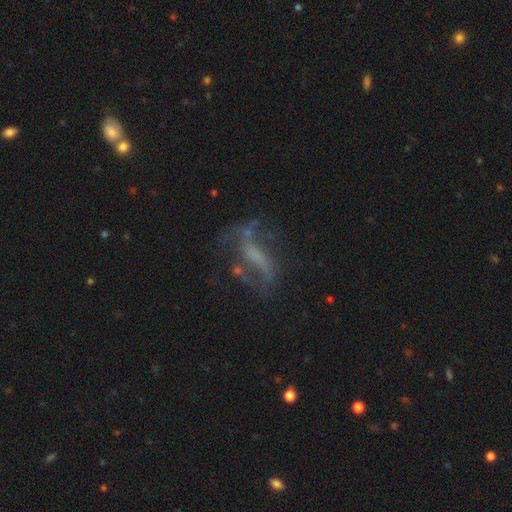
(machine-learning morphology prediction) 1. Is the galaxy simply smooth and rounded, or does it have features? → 65% featured or disk, 19% smooth, 16% star or artifact.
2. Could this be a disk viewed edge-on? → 85% no, 15% yes.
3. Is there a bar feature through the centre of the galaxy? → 37% strong, 33% no, 29% weak.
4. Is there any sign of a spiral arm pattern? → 64% yes, 36% no.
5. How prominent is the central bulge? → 60% none, 22% small, 12% moderate, 4% large, 2% dominant.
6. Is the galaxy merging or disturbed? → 46% none, 29% major disturbance, 19% minor disturbance, 6% merger.